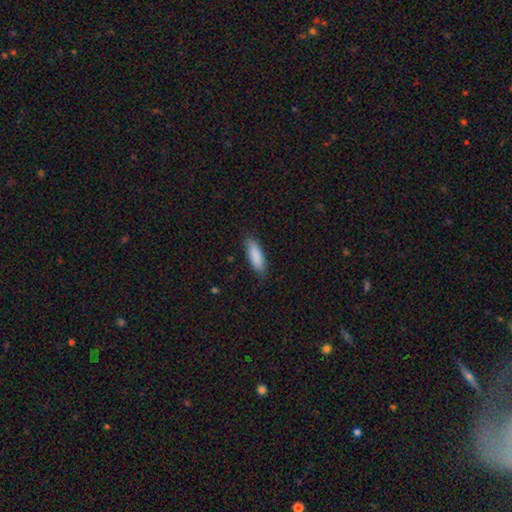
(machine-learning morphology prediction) A smooth galaxy with no disk features (88%) that is in between round and cigar-shaped (58%).

Vote fractions:
- Smooth or featured? smooth: 88% / featured or disk: 6% / star or artifact: 6%
- How rounded? in between: 58% / cigar-shaped: 41% / round: 2%
- Merging? none: 84% / minor disturbance: 12% / major disturbance: 2% / merger: 1%